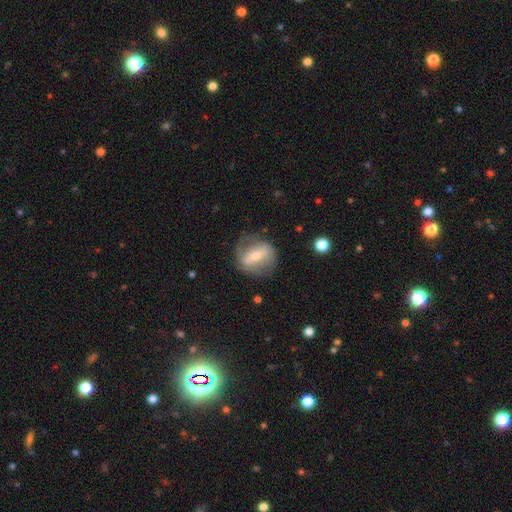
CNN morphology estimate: Overall: featured or disk (63%; smooth 30%). Edge-on disk: no (91%). Bar: strong (55%; weak 28%). Spiral arms: yes (51%; no 49%). Bulge size: moderate (50%; small 44%). Merging: none (69%).